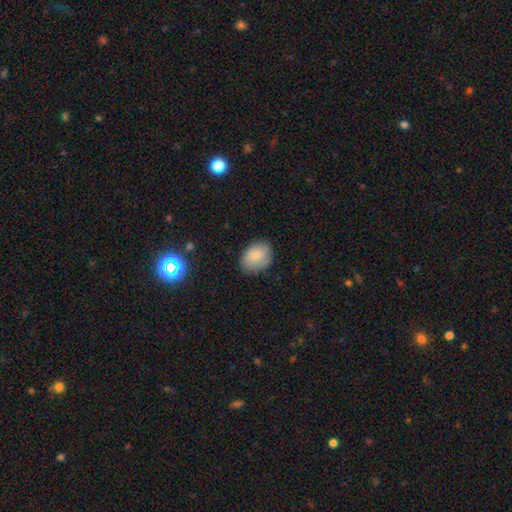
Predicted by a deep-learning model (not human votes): Smooth or featured: smooth — 81% (featured or disk — 11%)
How rounded: in between — 73% (round — 26%)
Merging: none — 79% (minor disturbance — 16%)